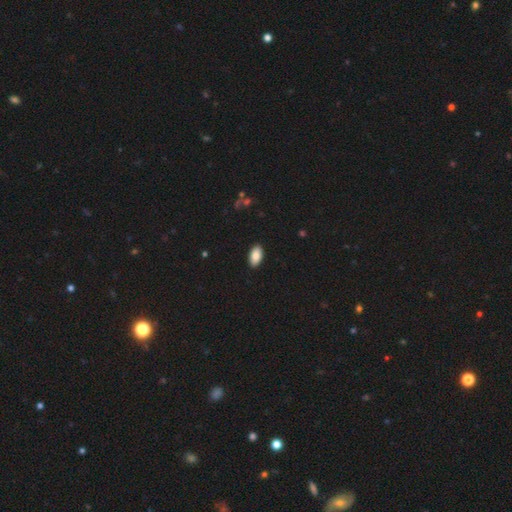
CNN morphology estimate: Smooth or featured: smooth — 87% (star or artifact — 7%)
How rounded: in between — 95% (round — 3%)
Merging: none — 90% (minor disturbance — 8%)